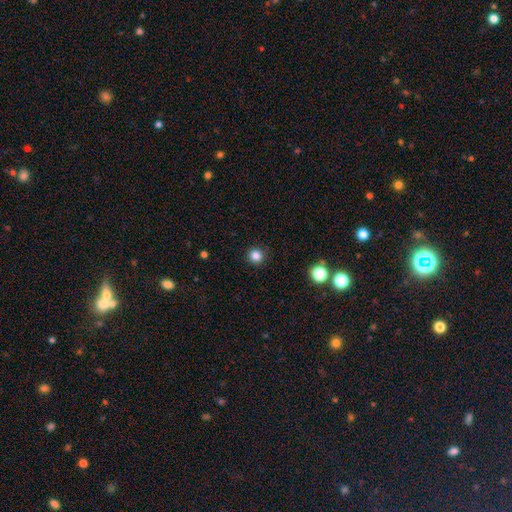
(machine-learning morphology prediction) smooth-or-featured: smooth: 84% | star or artifact: 13% | featured or disk: 4%
  how-rounded: round: 95% | in between: 4% | cigar-shaped: 1%
  merging: none: 92% | minor disturbance: 5% | major disturbance: 2% | merger: 1%